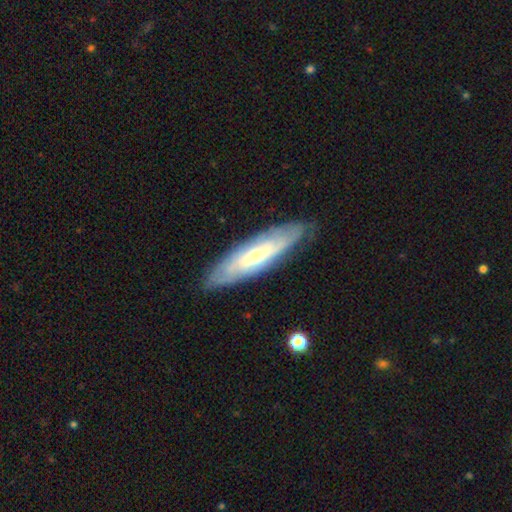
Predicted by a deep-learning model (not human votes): This appears to be a featured or disk galaxy (63%). Merging: none (83%).